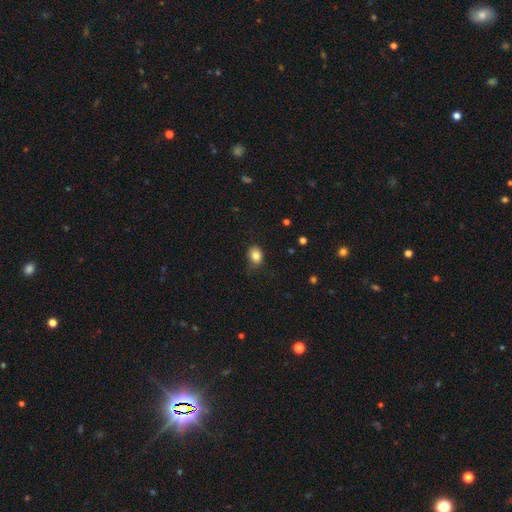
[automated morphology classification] Smooth or featured?
  - smooth: 84% *
  - star or artifact: 10%
  - featured or disk: 6%
How rounded?
  - in between: 53% *
  - round: 46%
  - cigar-shaped: 1%
Merging?
  - none: 70% *
  - minor disturbance: 23%
  - major disturbance: 5%
  - merger: 1%